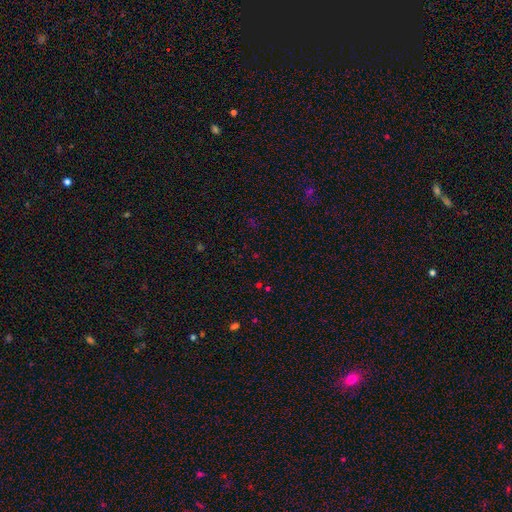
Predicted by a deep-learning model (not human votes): Overall: star or artifact (61%; smooth 32%).